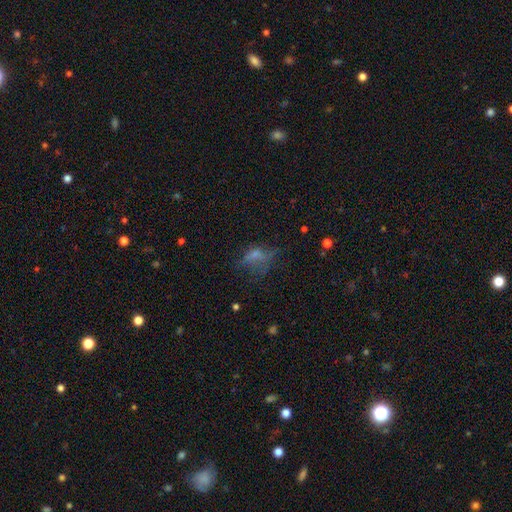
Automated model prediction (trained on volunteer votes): This is possibly a smooth galaxy (47%). Merging: marginally none (38%).